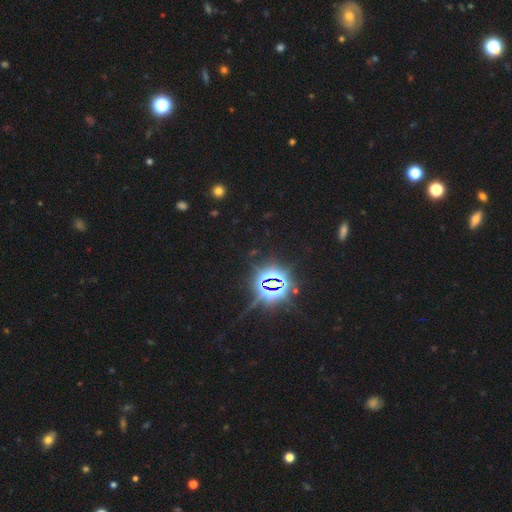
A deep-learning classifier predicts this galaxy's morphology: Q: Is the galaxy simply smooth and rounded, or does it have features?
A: star or artifact — 84%.